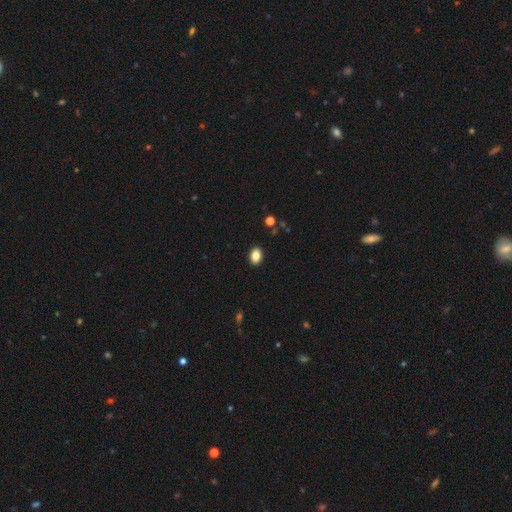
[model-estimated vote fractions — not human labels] The model was most divided on "how rounded": in between: 82%, round: 17%, cigar-shaped: 1%. More confident: merging — none (90%); smooth or featured — smooth (86%).